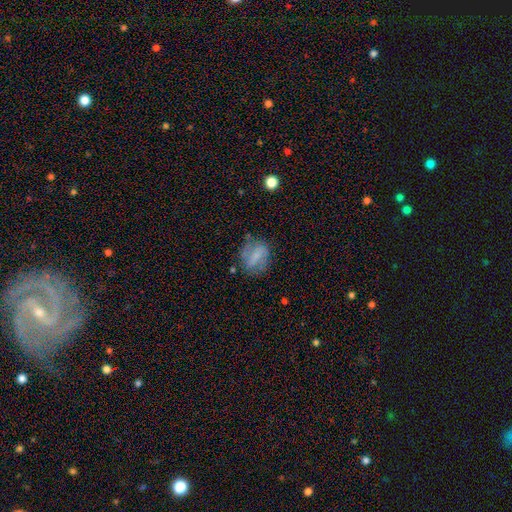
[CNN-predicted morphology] Smooth or featured: smooth — 49% (featured or disk — 41%)
Merging: none — 59% (minor disturbance — 25%)